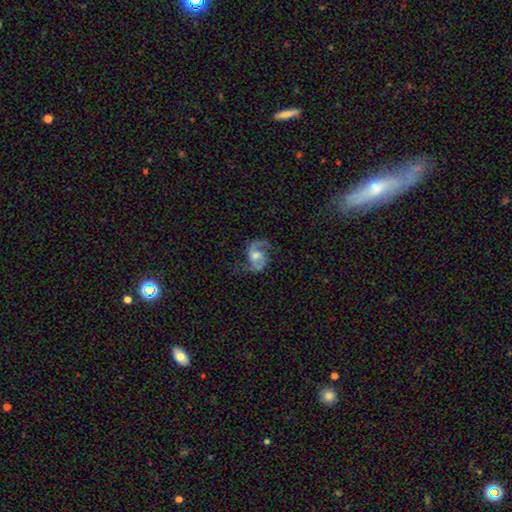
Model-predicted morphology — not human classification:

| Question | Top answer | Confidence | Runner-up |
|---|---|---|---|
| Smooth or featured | featured or disk | 84% | smooth (10%) |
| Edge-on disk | no | 98% | yes (2%) |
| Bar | no | 46% | weak (43%) |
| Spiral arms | yes | 95% | no (5%) |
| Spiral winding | medium | 51% | loose (37%) |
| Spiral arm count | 2 | 90% | 1 (4%) |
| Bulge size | moderate | 57% | small (25%) |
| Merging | none | 66% | minor disturbance (19%) |